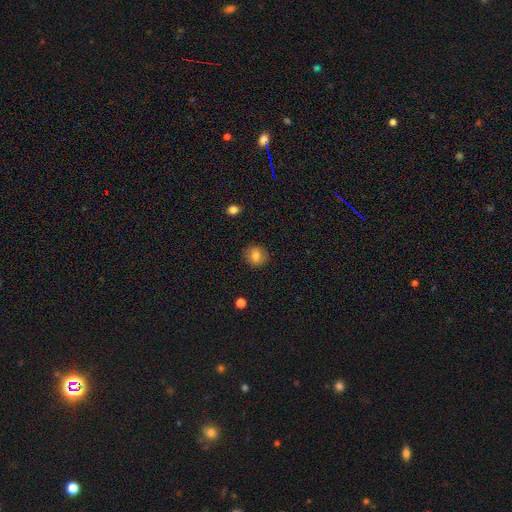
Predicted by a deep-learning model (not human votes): Smooth or featured?
  - smooth: 81% *
  - star or artifact: 10%
  - featured or disk: 9%
How rounded?
  - round: 85% *
  - in between: 14%
  - cigar-shaped: 1%
Merging?
  - none: 89% *
  - minor disturbance: 8%
  - major disturbance: 2%
  - merger: 1%